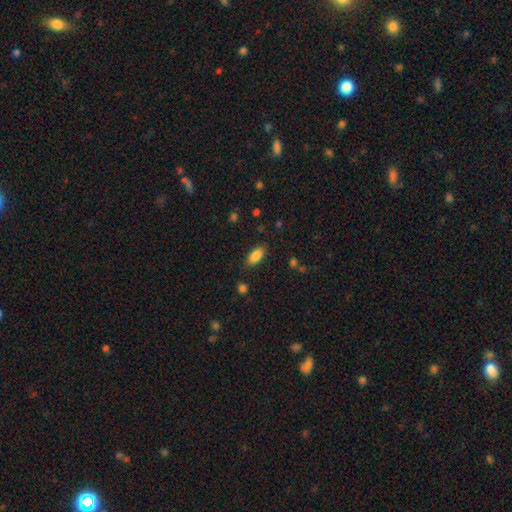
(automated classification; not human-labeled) This is clearly a smooth galaxy (87%). How rounded: clearly in between (89%). Merging: clearly none (85%).